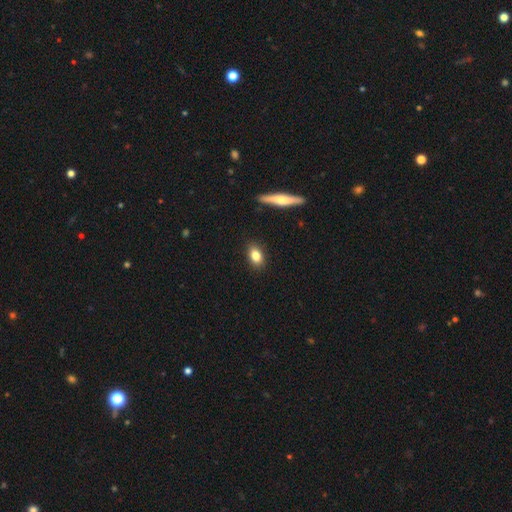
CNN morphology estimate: smooth_or_featured: smooth (p=0.82) [alt: featured or disk p=0.10]
how_rounded: in between (p=0.81) [alt: round p=0.14]
merging: none (p=0.88) [alt: minor disturbance p=0.08]